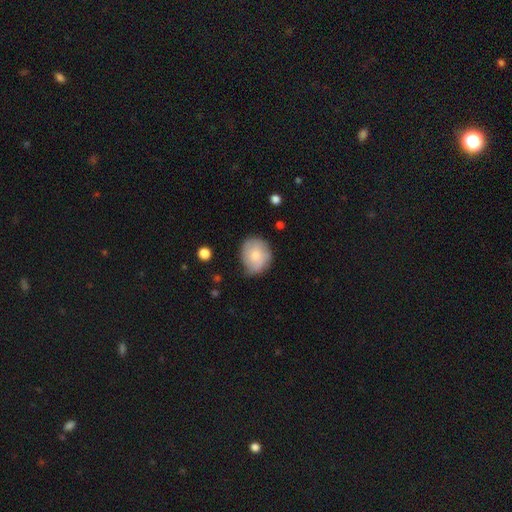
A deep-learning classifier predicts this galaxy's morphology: Overall: smooth (68%). How rounded: round (67%; in between 32%). Merging: none (61%; minor disturbance 30%).